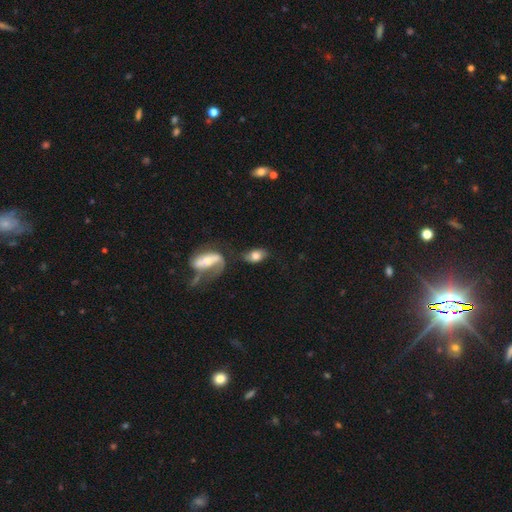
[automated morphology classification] type=smooth (66%); roundness=in between (87%); merging=none (49%).